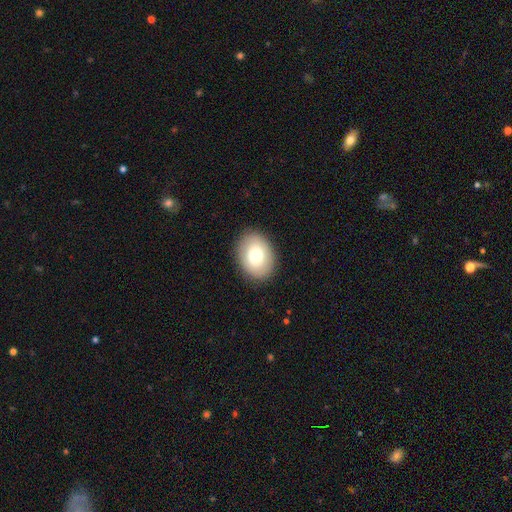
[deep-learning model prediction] This appears to be a smooth galaxy with no disk features (76%) that is in between round and cigar-shaped (68%). Merging: none (89%).